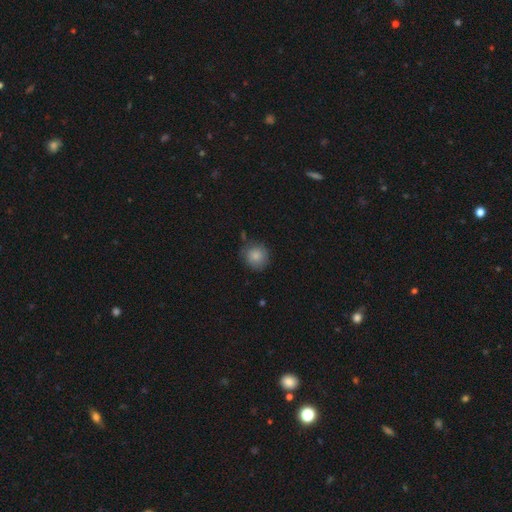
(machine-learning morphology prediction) Q: Smooth or featured?
A: smooth (85%); runner-up: star or artifact (9%)
Q: How rounded?
A: round (89%); runner-up: in between (10%)
Q: Merging?
A: none (79%); runner-up: minor disturbance (15%)